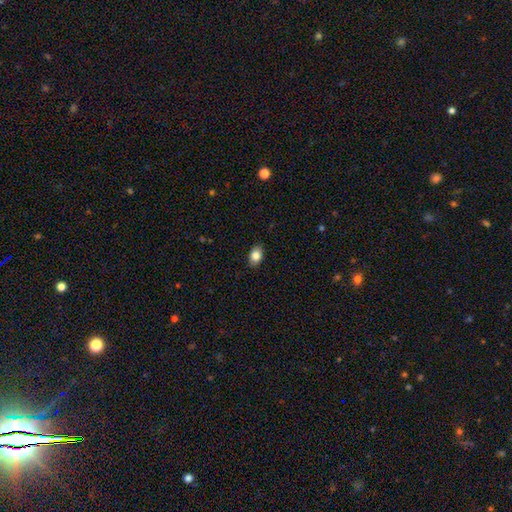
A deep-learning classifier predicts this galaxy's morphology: This is clearly a smooth galaxy (84%). How rounded: clearly in between (83%). Merging: clearly none (87%).